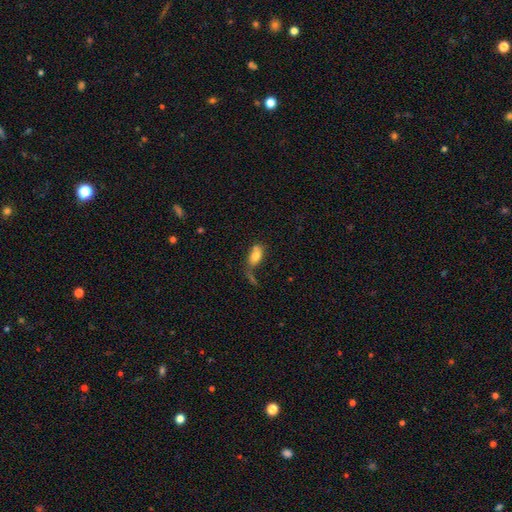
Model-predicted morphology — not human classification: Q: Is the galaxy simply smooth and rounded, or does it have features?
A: smooth — 74%.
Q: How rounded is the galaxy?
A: in between — 87%.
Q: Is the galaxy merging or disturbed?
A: none — 38%.